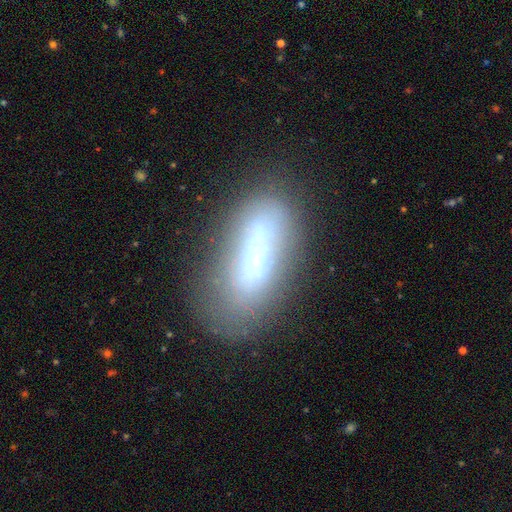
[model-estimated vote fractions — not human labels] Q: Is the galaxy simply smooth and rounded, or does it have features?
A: featured or disk — 44%.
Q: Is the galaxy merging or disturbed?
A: none — 40%.